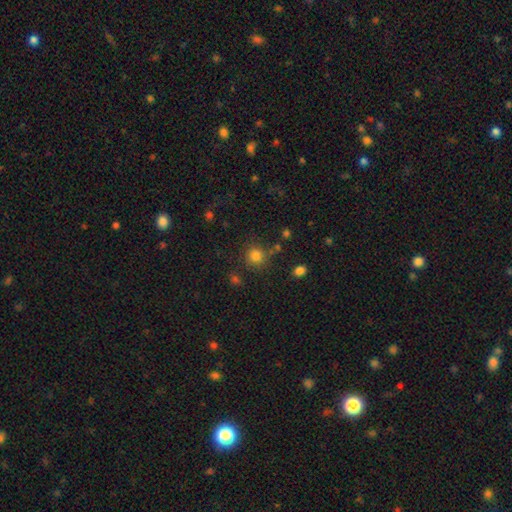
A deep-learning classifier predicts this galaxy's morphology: A smooth galaxy with no disk features (80%) that is round (89%).

Vote fractions:
- Smooth or featured? smooth: 80% / star or artifact: 14% / featured or disk: 6%
- How rounded? round: 89% / in between: 10% / cigar-shaped: 1%
- Merging? none: 76% / minor disturbance: 11% / merger: 7% / major disturbance: 5%